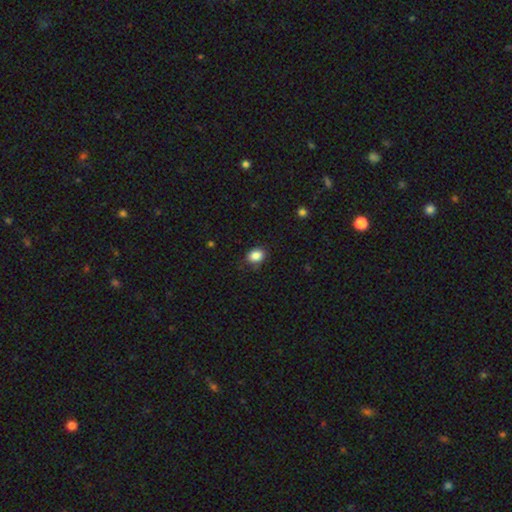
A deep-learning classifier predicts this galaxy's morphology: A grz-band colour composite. It shows a smooth galaxy with no disk features (86%) that is in between round and cigar-shaped (55%). Merging: none (80%).